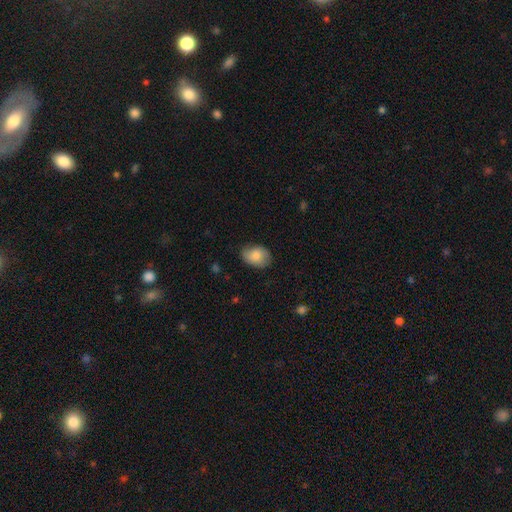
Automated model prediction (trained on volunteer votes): Overall: smooth (80%). How rounded: in between (75%). Merging: none (74%).